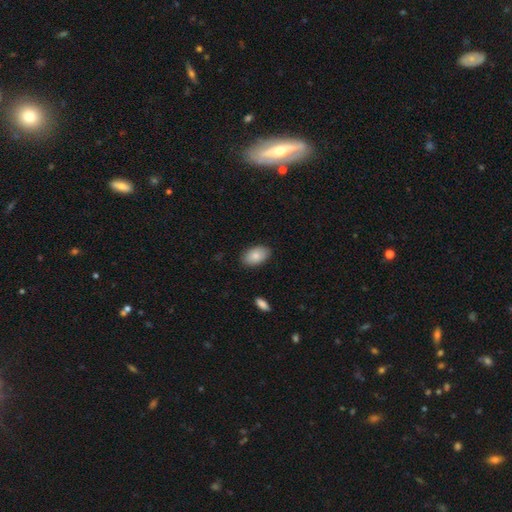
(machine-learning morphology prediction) Smooth or featured? smooth (84%)
How rounded? in between (94%)
Merging? none (86%)